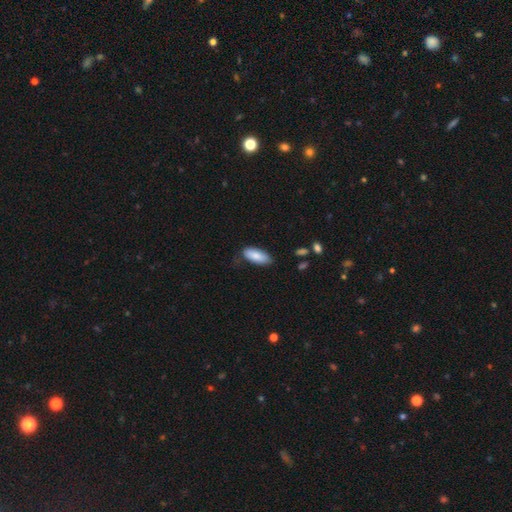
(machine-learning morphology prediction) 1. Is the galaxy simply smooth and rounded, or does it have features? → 84% smooth, 9% featured or disk, 6% star or artifact.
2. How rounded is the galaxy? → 82% in between, 16% cigar-shaped, 2% round.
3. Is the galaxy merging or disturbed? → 72% none, 23% minor disturbance, 4% major disturbance, 2% merger.